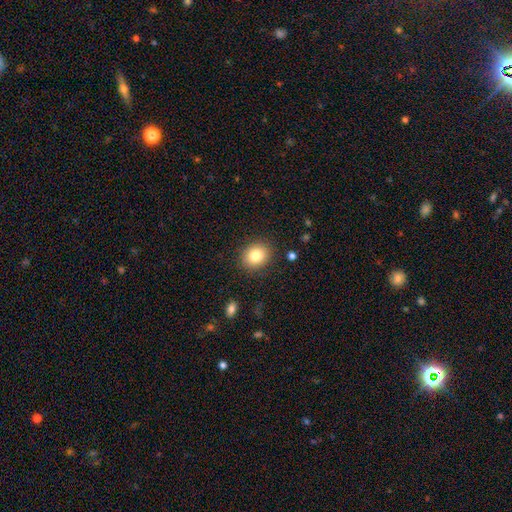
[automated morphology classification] A smooth galaxy with no disk features (81%) that is round (70%).

Vote fractions:
- Smooth or featured? smooth: 81% / star or artifact: 10% / featured or disk: 8%
- How rounded? round: 70% / in between: 29% / cigar-shaped: 1%
- Merging? none: 88% / minor disturbance: 8% / major disturbance: 3% / merger: 1%